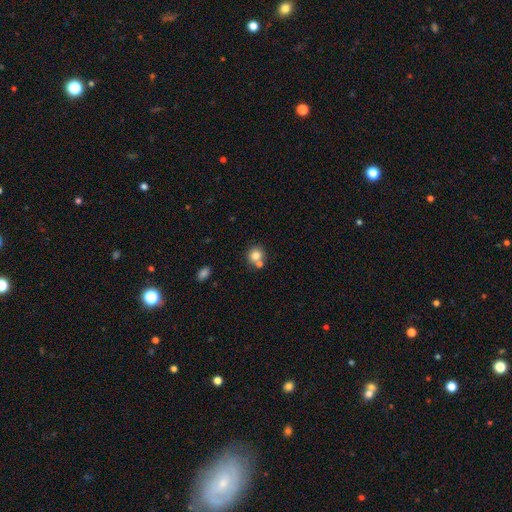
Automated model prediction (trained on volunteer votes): Smooth or featured?
  - smooth: 79% *
  - star or artifact: 11%
  - featured or disk: 10%
How rounded?
  - round: 85% *
  - in between: 14%
  - cigar-shaped: 1%
Merging?
  - none: 57% *
  - merger: 30%
  - minor disturbance: 9%
  - major disturbance: 3%